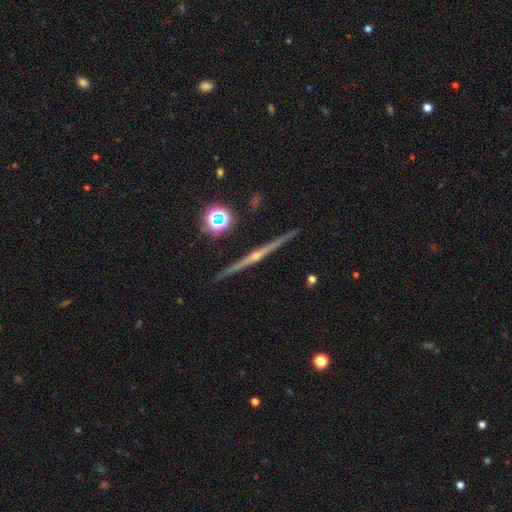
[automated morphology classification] This is clearly a featured or disk galaxy (86%). It is clearly viewed edge-on (99%). Edge-on bulge: clearly rounded (85%). Merging: clearly none (92%).